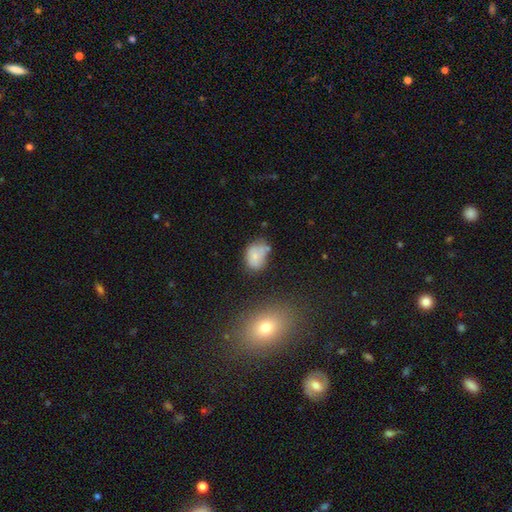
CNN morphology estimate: This appears to be a smooth galaxy with no disk features (74%) that is in between round and cigar-shaped (76%). Merging: none (50%).